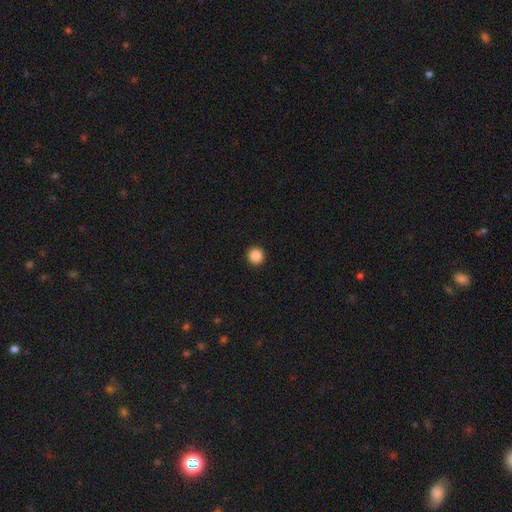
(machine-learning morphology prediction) The model was most divided on "smooth or featured": smooth: 88%, star or artifact: 10%, featured or disk: 3%. More confident: how rounded — round (96%); merging — none (94%).